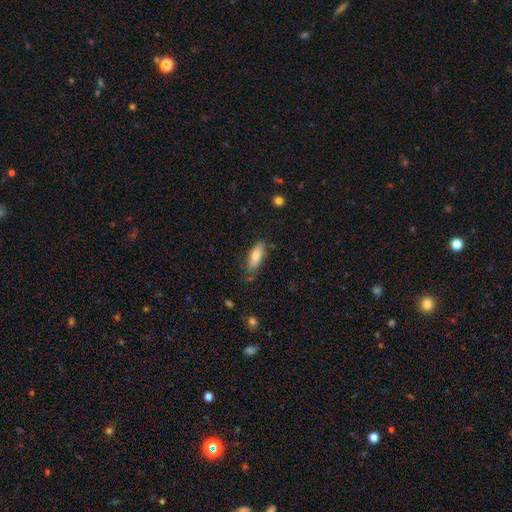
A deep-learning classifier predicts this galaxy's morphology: type=smooth (72%); roundness=in between (61%); merging=none (67%).